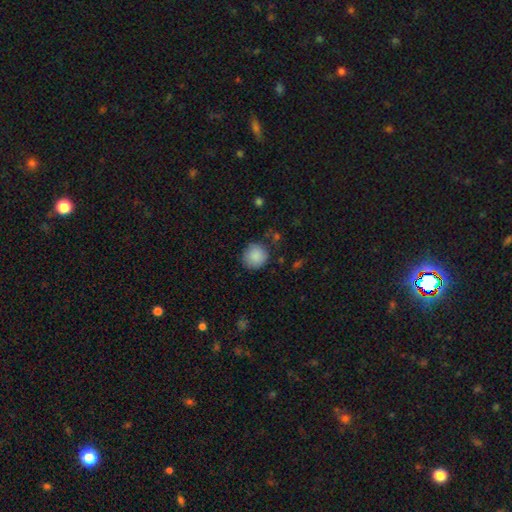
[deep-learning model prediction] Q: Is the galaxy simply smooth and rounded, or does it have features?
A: smooth — 88%.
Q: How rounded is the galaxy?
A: round — 92%.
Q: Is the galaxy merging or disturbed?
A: none — 82%.